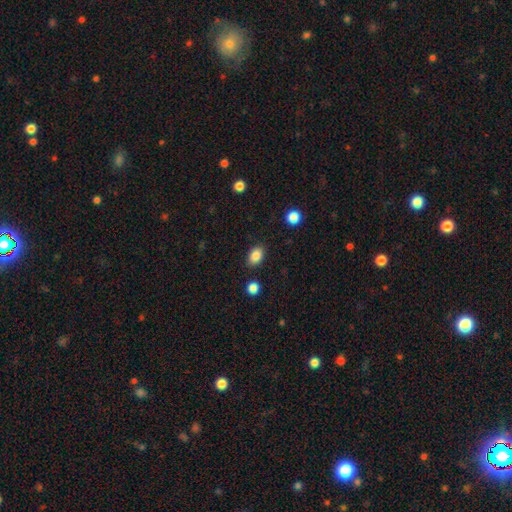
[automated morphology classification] Smooth or featured? Predicted: smooth (p=0.86). How rounded? Predicted: in between (p=0.80). Merging? Predicted: none (p=0.85).